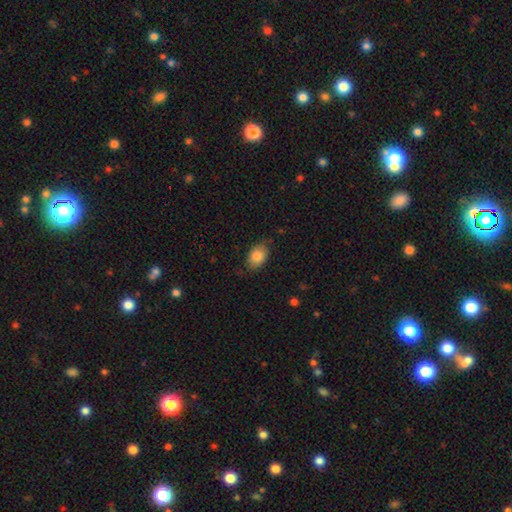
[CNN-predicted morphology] A smooth galaxy with no disk features (84%) that is in between round and cigar-shaped (84%).

Vote fractions:
- Smooth or featured? smooth: 84% / featured or disk: 9% / star or artifact: 7%
- How rounded? in between: 84% / round: 14% / cigar-shaped: 1%
- Merging? none: 76% / minor disturbance: 19% / major disturbance: 4% / merger: 1%